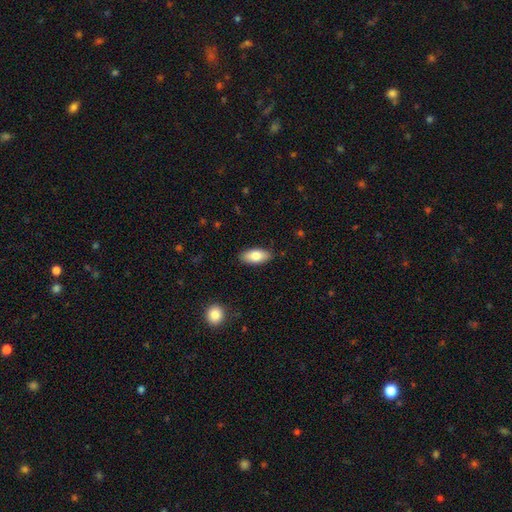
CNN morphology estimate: type=smooth (80%); roundness=in between (88%); merging=none (88%).